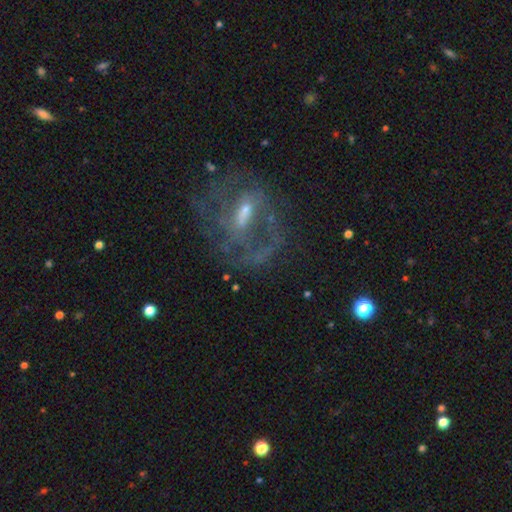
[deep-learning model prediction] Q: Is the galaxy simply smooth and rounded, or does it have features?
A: featured or disk — 76%.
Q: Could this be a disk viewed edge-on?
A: no — 94%.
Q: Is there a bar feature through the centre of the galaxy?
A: weak — 48%.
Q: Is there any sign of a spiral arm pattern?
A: yes — 71%.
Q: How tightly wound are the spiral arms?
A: medium — 43%.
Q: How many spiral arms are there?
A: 2 — 37%.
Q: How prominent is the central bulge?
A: small — 45%.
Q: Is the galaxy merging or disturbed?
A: none — 56%.